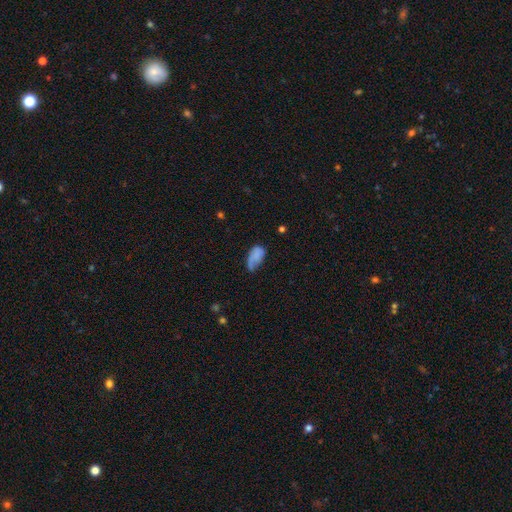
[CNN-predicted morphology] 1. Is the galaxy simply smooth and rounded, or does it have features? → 66% smooth, 25% featured or disk, 9% star or artifact.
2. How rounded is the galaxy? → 92% in between, 6% round, 3% cigar-shaped.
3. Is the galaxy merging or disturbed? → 35% minor disturbance, 34% none, 27% major disturbance, 5% merger.